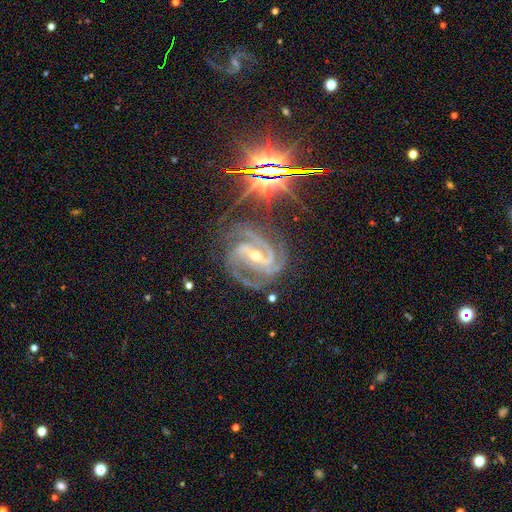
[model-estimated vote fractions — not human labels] Smooth or featured? featured or disk (88%)
Edge-on disk? no (97%)
Bar? strong (67%)
Spiral arms? yes (99%)
Spiral winding? medium (50%)
Spiral arm count? 3 (39%)
Bulge size? small (55%)
Merging? none (67%)